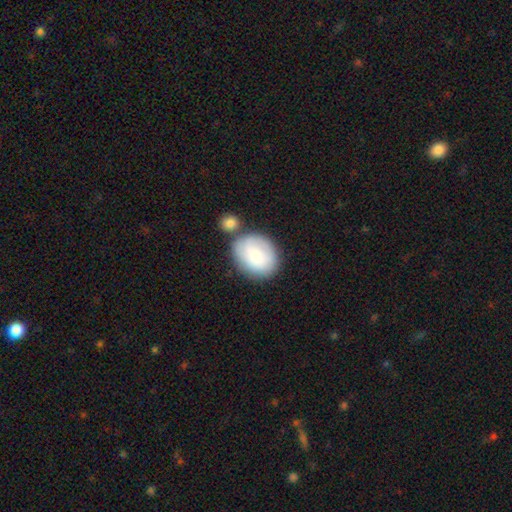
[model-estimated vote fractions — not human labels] Smooth or featured?
  - smooth: 74% *
  - featured or disk: 19%
  - star or artifact: 7%
How rounded?
  - round: 50% *
  - in between: 49%
  - cigar-shaped: 1%
Merging?
  - none: 59% *
  - merger: 18%
  - minor disturbance: 17%
  - major disturbance: 5%